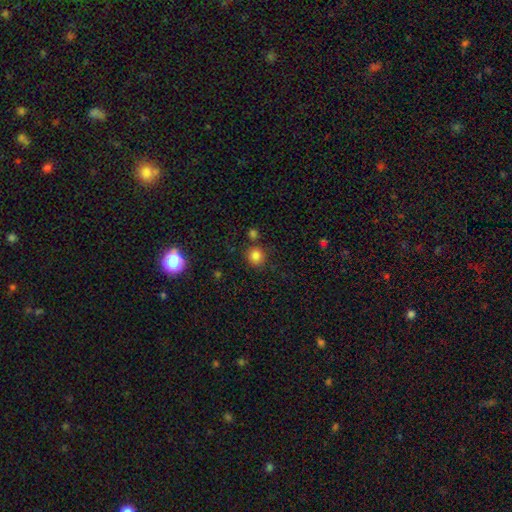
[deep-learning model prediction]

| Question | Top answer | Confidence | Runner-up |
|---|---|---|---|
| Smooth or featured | smooth | 82% | star or artifact (13%) |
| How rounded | round | 88% | in between (11%) |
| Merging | none | 78% | minor disturbance (10%) |